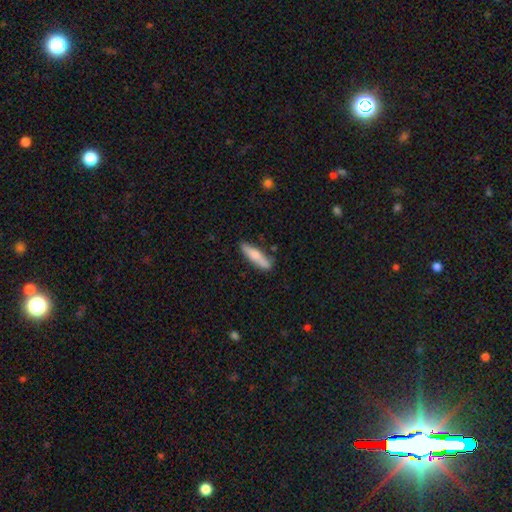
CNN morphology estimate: smooth_or_featured: smooth (p=0.76) [alt: featured or disk p=0.18]
how_rounded: cigar-shaped (p=0.74) [alt: in between p=0.24]
merging: none (p=0.75) [alt: minor disturbance p=0.18]